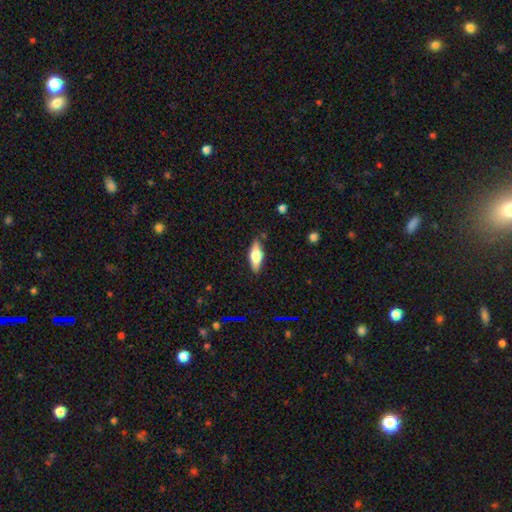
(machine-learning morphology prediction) type=smooth (61%); roundness=in between (69%); merging=none (83%).